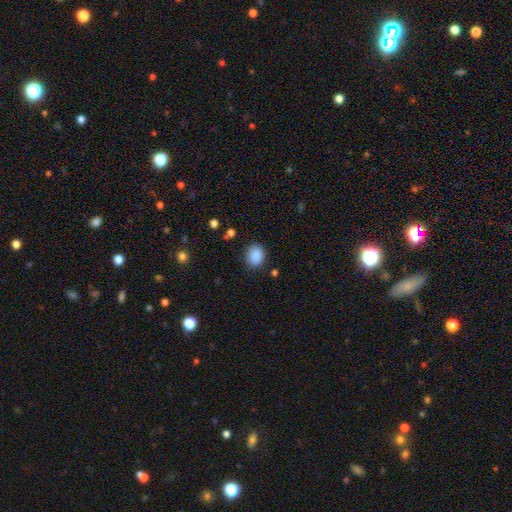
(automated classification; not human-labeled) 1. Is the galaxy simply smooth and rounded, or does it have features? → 88% smooth, 9% star or artifact, 3% featured or disk.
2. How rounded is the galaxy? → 52% round, 47% in between, 1% cigar-shaped.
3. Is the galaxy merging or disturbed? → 85% none, 11% minor disturbance, 3% major disturbance, 2% merger.